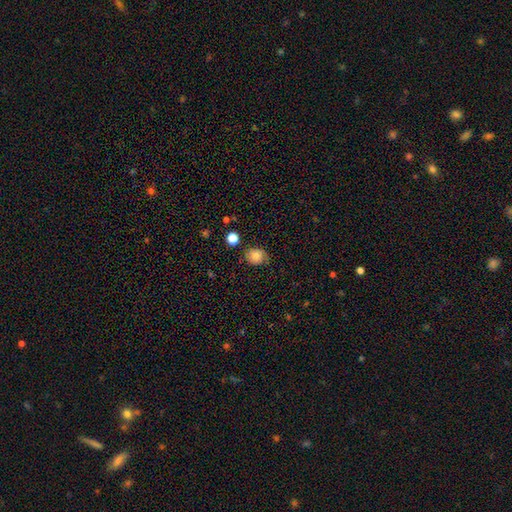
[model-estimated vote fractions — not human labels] Q: Smooth or featured?
A: smooth (76%); runner-up: featured or disk (13%)
Q: How rounded?
A: round (63%); runner-up: in between (36%)
Q: Merging?
A: none (72%); runner-up: minor disturbance (21%)